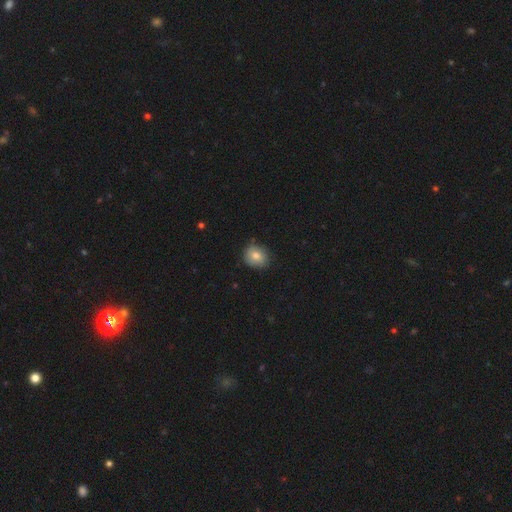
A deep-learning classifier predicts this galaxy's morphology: A smooth galaxy with no disk features (79%) that is round (67%).

Vote fractions:
- Smooth or featured? smooth: 79% / featured or disk: 12% / star or artifact: 9%
- How rounded? round: 67% / in between: 32% / cigar-shaped: 1%
- Merging? none: 79% / minor disturbance: 17% / major disturbance: 3% / merger: 1%